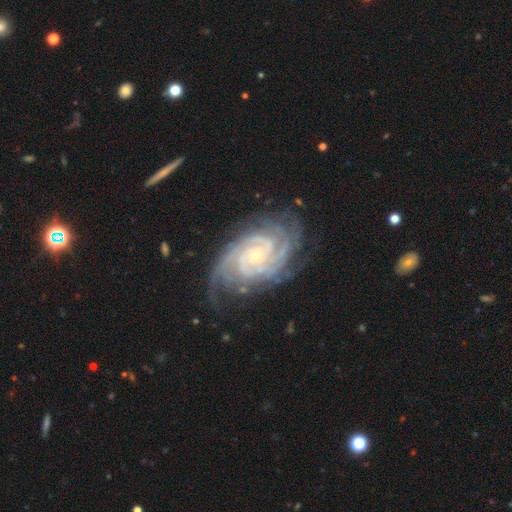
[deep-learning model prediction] A featured or disk galaxy (91%) with no bar (69%), 4 (25%) tight (73%) spiral arms (98%) and a small central bulge (83%).

Vote fractions:
- Smooth or featured? featured or disk: 91% / star or artifact: 5% / smooth: 4%
- Edge-on disk? no: 97% / yes: 3%
- Bar? no: 69% / weak: 23% / strong: 8%
- Spiral arms? yes: 98% / no: 2%
- Spiral winding? tight: 73% / medium: 24% / loose: 3%
- Spiral arm count? 4: 25% / 3: 19% / can't tell: 19% / 2: 17% / more than 4: 13% / 1: 8%
- Bulge size? small: 83% / moderate: 13% / none: 2% / large: 1% / dominant: 1%
- Merging? none: 72% / minor disturbance: 19% / major disturbance: 7% / merger: 2%